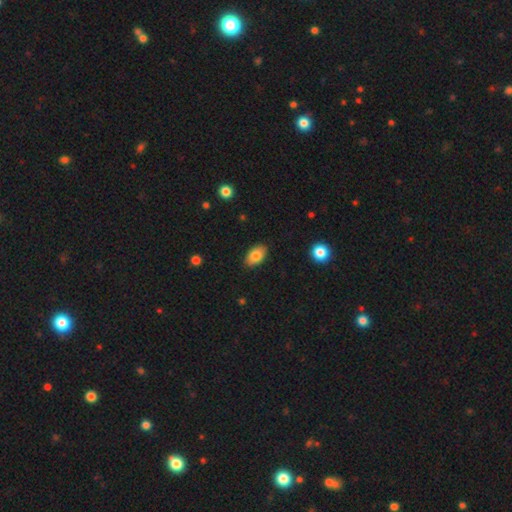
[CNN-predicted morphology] This appears to be a smooth galaxy with no disk features (83%) that is in between round and cigar-shaped (91%). Merging: none (87%).